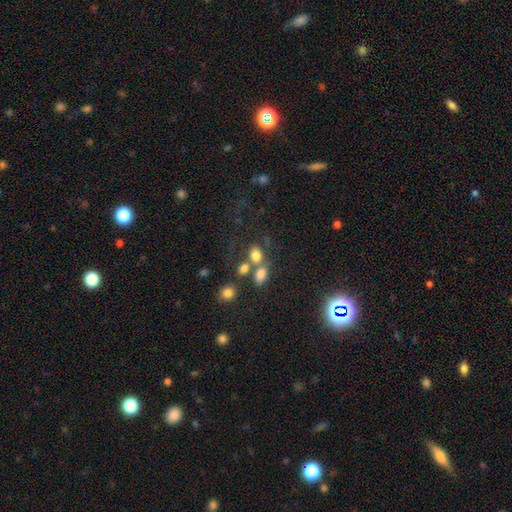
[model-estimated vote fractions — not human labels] Smooth or featured?
  - smooth: 76% *
  - star or artifact: 13%
  - featured or disk: 12%
How rounded?
  - in between: 65% *
  - round: 33%
  - cigar-shaped: 2%
Merging?
  - merger: 42% *
  - none: 39%
  - minor disturbance: 11%
  - major disturbance: 8%